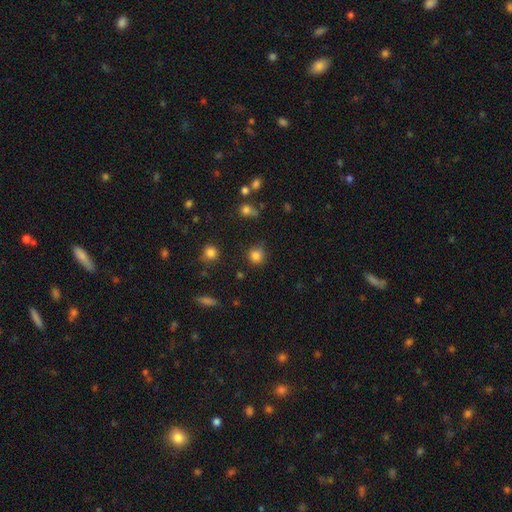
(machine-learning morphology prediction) This appears to be a smooth galaxy with no disk features (82%) that is round (88%). Merging: none (77%).